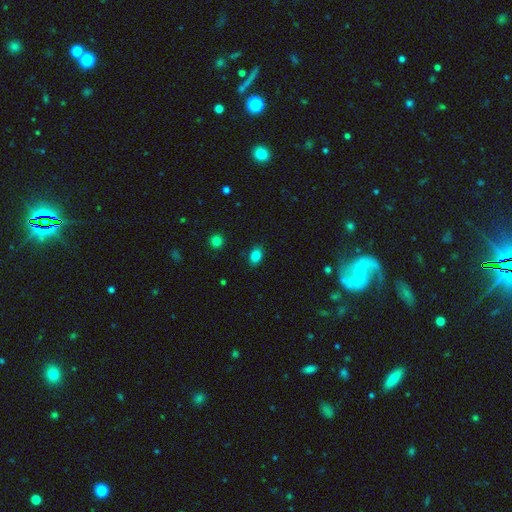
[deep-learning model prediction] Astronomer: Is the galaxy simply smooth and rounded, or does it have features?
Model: smooth — 85%.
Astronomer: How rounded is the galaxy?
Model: in between — 81%.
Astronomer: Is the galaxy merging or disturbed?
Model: none — 87%.